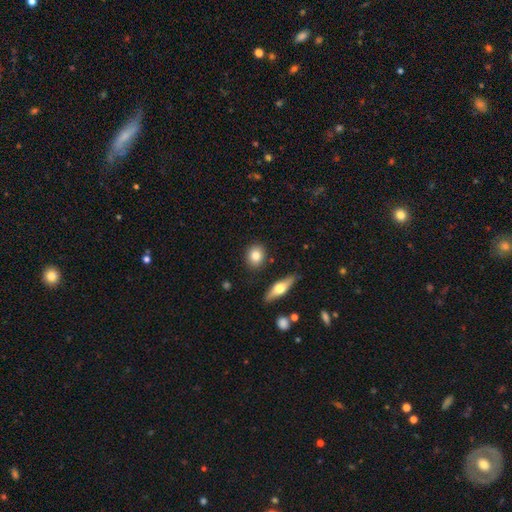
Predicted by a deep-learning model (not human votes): This appears to be a smooth galaxy with no disk features (81%) that is round (63%). Merging: none (86%).